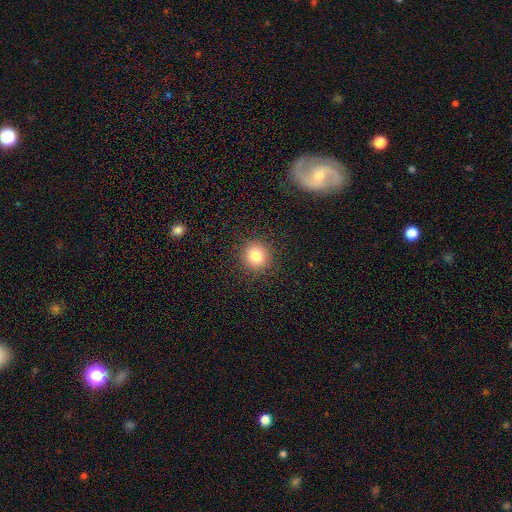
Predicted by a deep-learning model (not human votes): A smooth galaxy with no disk features (81%) that is round (93%).

Vote fractions:
- Smooth or featured? smooth: 81% / star or artifact: 12% / featured or disk: 7%
- How rounded? round: 93% / in between: 6% / cigar-shaped: 1%
- Merging? none: 91% / minor disturbance: 6% / major disturbance: 2% / merger: 1%